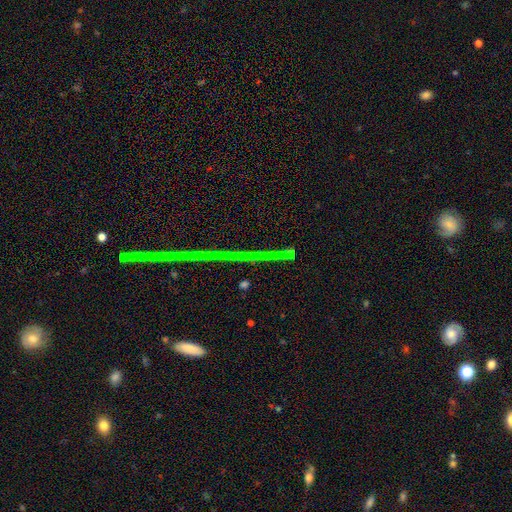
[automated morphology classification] Smooth or featured?
  - star or artifact: 78% *
  - featured or disk: 14%
  - smooth: 8%